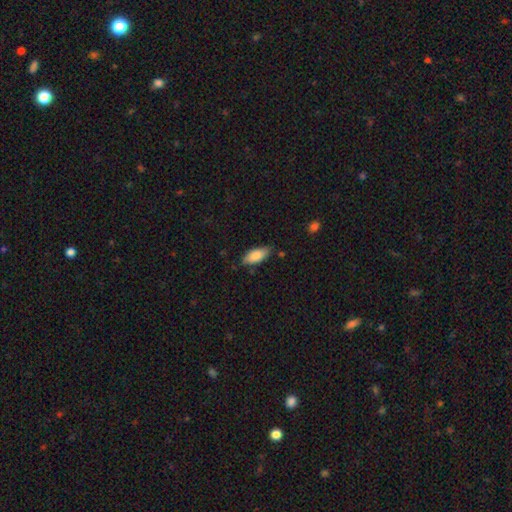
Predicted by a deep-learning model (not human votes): smooth_or_featured: smooth (p=0.83) [alt: featured or disk p=0.11]
how_rounded: in between (p=0.84) [alt: cigar-shaped p=0.14]
merging: none (p=0.76) [alt: minor disturbance p=0.19]